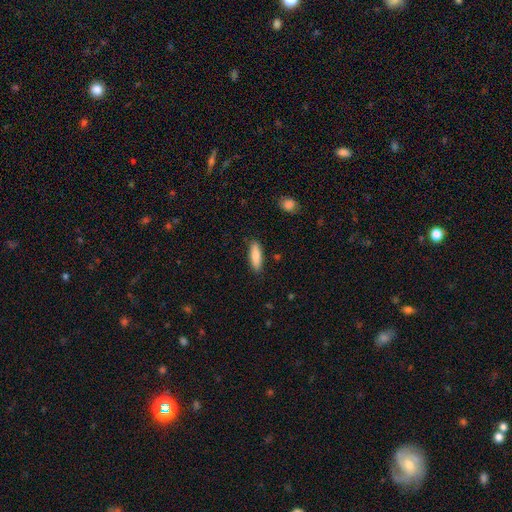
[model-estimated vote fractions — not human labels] Smooth or featured: smooth — 82% (featured or disk — 12%)
How rounded: cigar-shaped — 55% (in between — 44%)
Merging: none — 87% (minor disturbance — 9%)